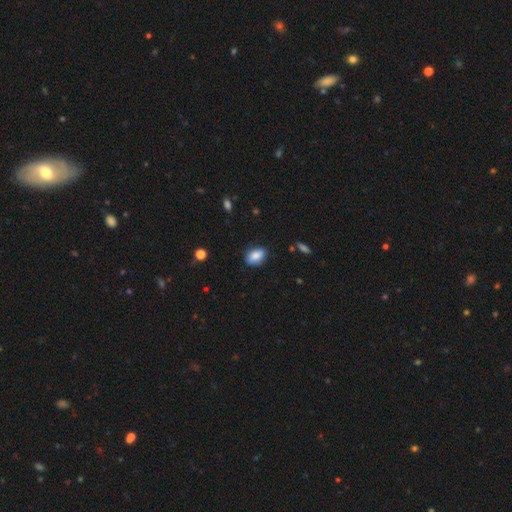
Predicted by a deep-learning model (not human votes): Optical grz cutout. It shows a smooth galaxy with no disk features (84%) that is in between round and cigar-shaped (87%). Merging: none (79%).